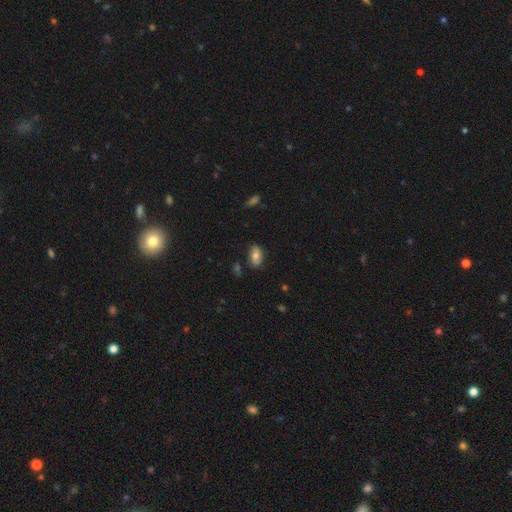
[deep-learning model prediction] Overall: smooth (67%). How rounded: in between (91%). Merging: none (75%).